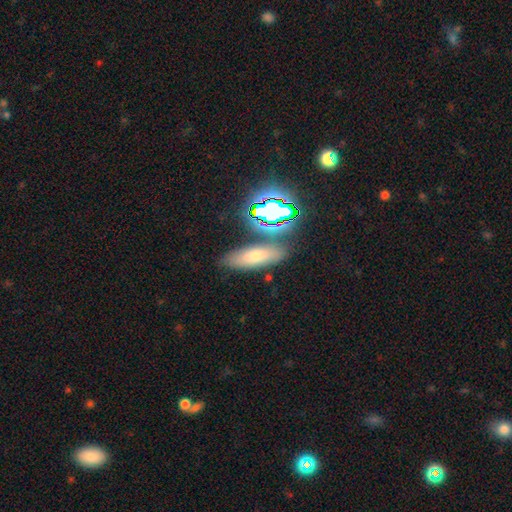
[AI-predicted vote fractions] This appears to be a smooth galaxy with no disk features (59%) that is in between round and cigar-shaped (58%). Merging: none (78%).